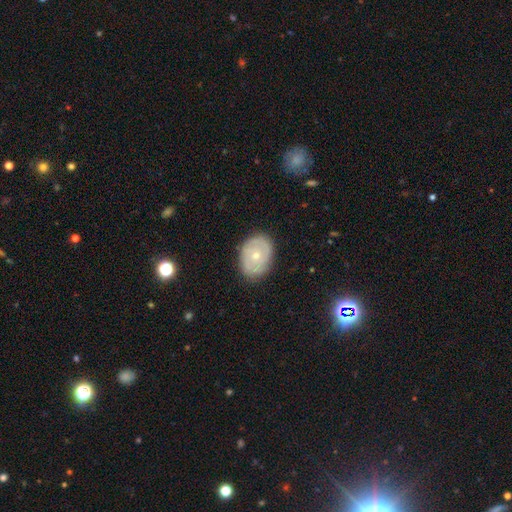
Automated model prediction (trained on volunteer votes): The model was most divided on "bulge size": small: 58%, moderate: 38%, large: 1%, none: 1%, dominant: 1%. More confident: edge-on disk — no (96%); merging — none (83%); bar — no (82%); spiral arms — yes (68%); smooth or featured — featured or disk (65%).